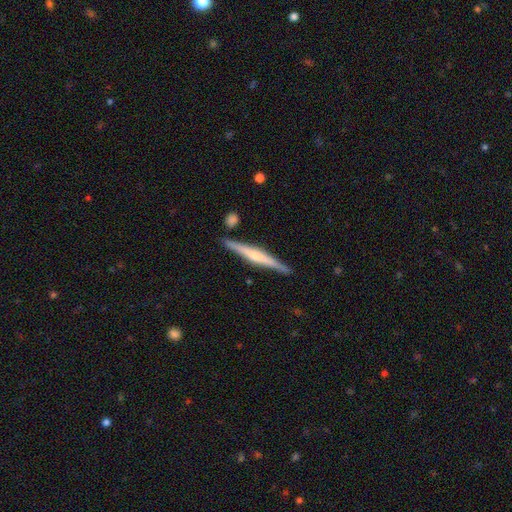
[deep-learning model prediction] Overall: featured or disk (69%). Edge-on disk: yes (98%). Edge-on bulge: rounded (74%). Merging: none (87%).